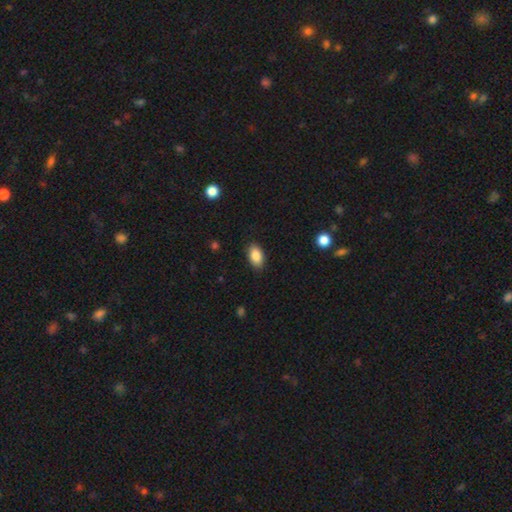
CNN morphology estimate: smooth 87%, star or artifact 7%, featured or disk 5%. Down the decision tree: how rounded — in between (92%); merging — none (88%).